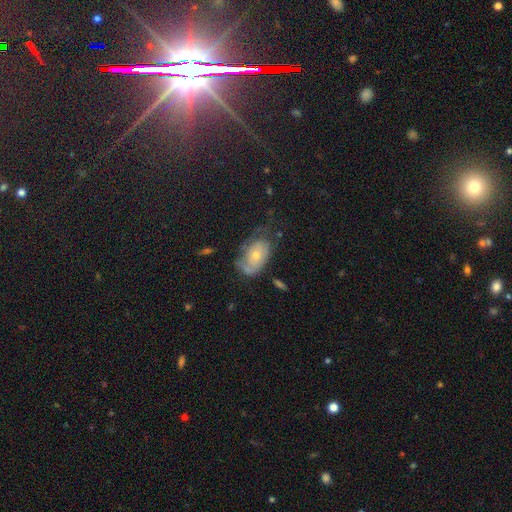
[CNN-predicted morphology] Overall: smooth (49%; featured or disk 42%). Merging: none (41%; minor disturbance 32%).